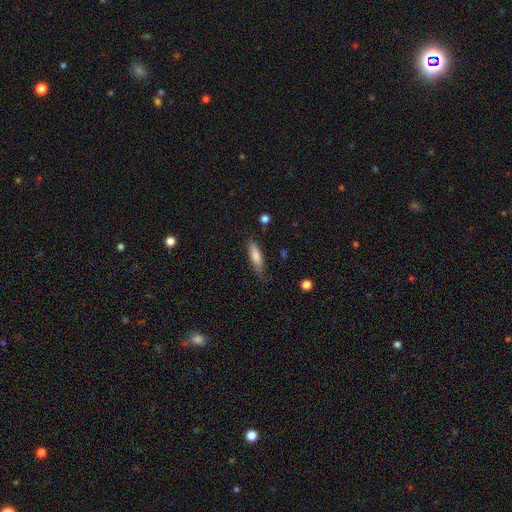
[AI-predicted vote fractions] smooth_or_featured: smooth (p=0.79) [alt: featured or disk p=0.14]
how_rounded: cigar-shaped (p=0.60) [alt: in between p=0.38]
merging: none (p=0.74) [alt: minor disturbance p=0.20]